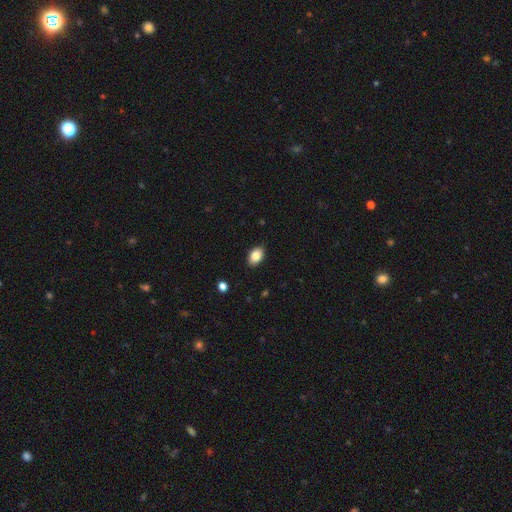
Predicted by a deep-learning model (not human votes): Smooth or featured: smooth — 85% (star or artifact — 8%)
How rounded: in between — 87% (round — 12%)
Merging: none — 87% (minor disturbance — 10%)